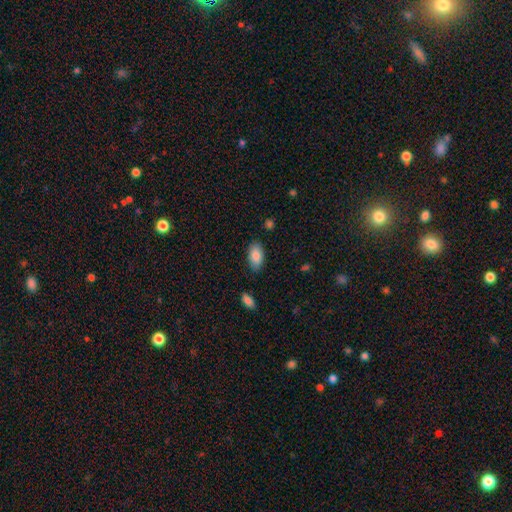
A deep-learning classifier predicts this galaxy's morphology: type=smooth (86%); roundness=in between (94%); merging=none (84%).